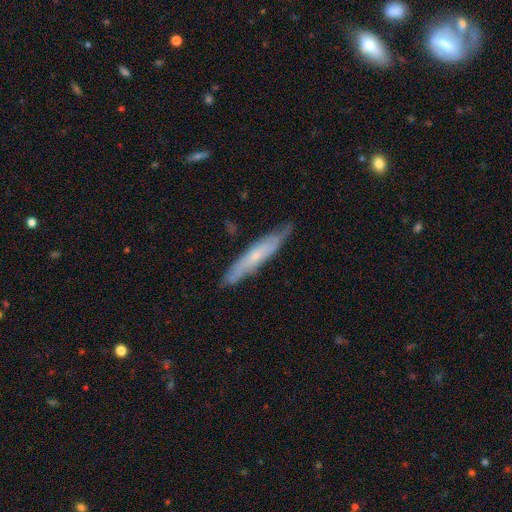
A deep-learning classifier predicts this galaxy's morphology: smooth-or-featured: featured or disk: 53% | smooth: 41% | star or artifact: 6%
  disk-edge-on: yes: 66% | no: 34%
  merging: none: 78% | minor disturbance: 18% | major disturbance: 3% | merger: 1%